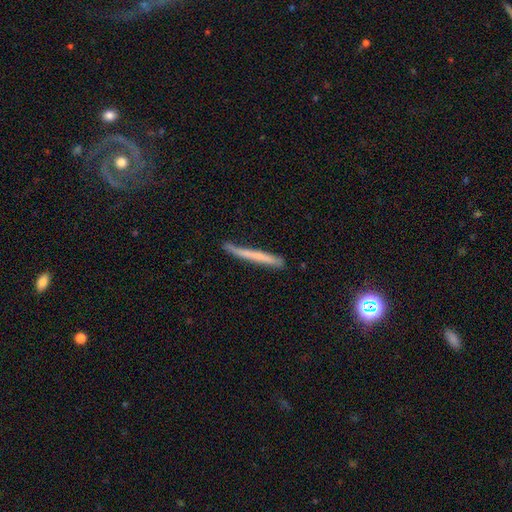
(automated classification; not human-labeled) This appears to be a smooth galaxy with no disk features (54%) that is cigar-shaped (97%). Merging: none (71%).